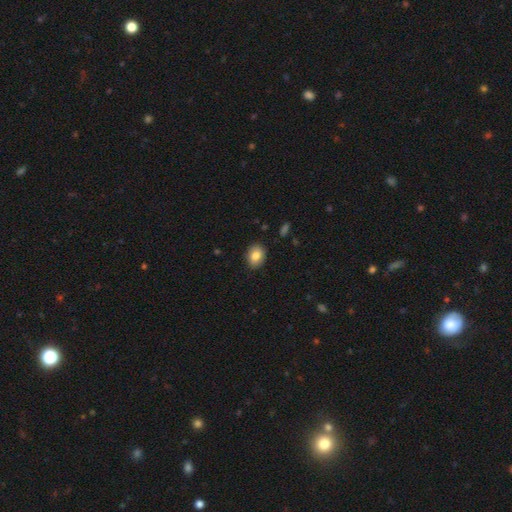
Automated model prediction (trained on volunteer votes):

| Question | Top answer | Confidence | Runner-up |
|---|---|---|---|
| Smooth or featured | smooth | 83% | featured or disk (10%) |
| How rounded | in between | 66% | round (33%) |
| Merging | none | 88% | minor disturbance (9%) |